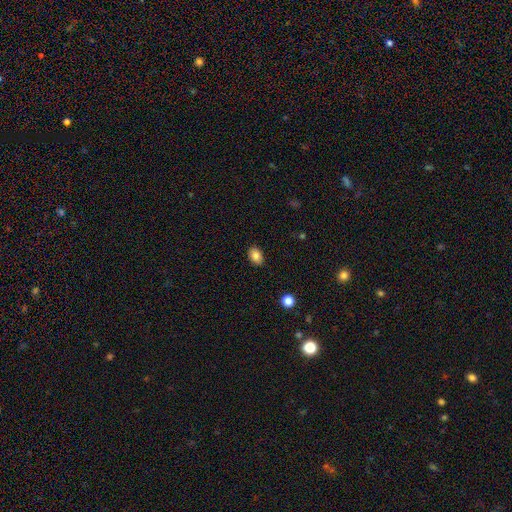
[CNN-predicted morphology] Smooth or featured: smooth — 84% (star or artifact — 9%)
How rounded: in between — 80% (round — 19%)
Merging: none — 88% (minor disturbance — 8%)